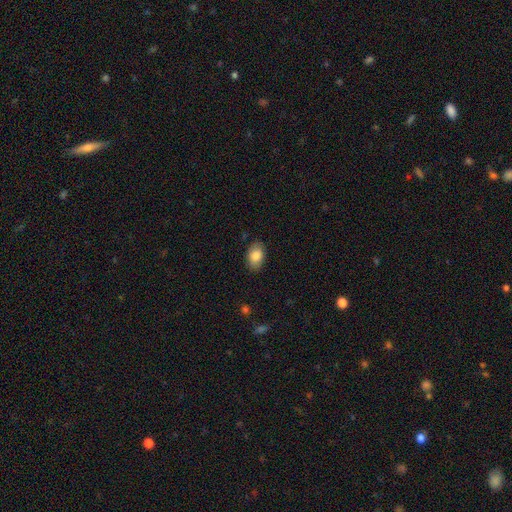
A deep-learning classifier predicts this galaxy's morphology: smooth 84%, featured or disk 9%, star or artifact 7%. Down the decision tree: how rounded — in between (88%); merging — none (85%).